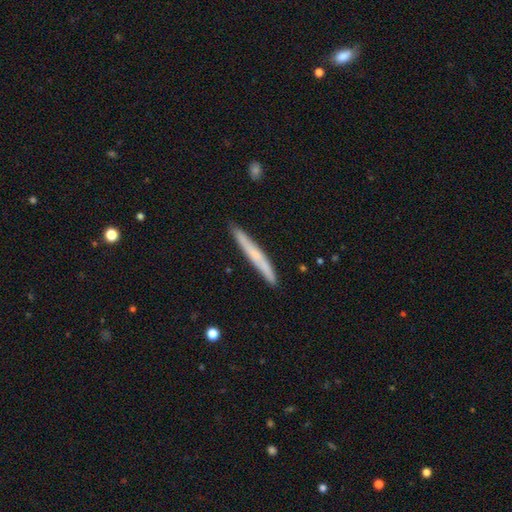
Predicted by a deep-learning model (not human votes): Q: Smooth or featured?
A: smooth (52%); runner-up: featured or disk (41%)
Q: How rounded?
A: cigar-shaped (97%); runner-up: in between (2%)
Q: Merging?
A: none (88%); runner-up: minor disturbance (9%)